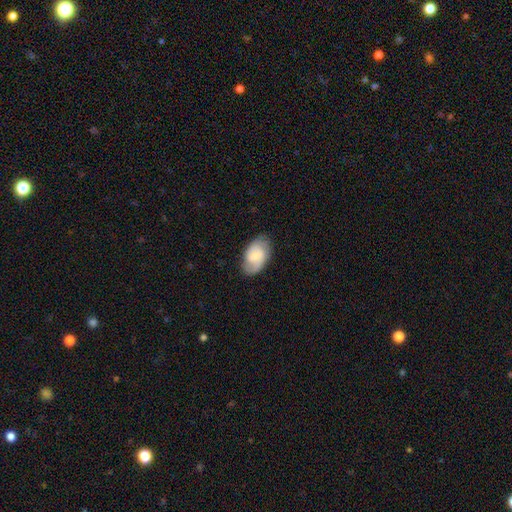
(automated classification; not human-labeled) Morphology: type=featured or disk (57%); edge-on=no (96%); bar=weak (51%); spiral arms=yes (89%); bulge=small (50%); merging=none (76%).